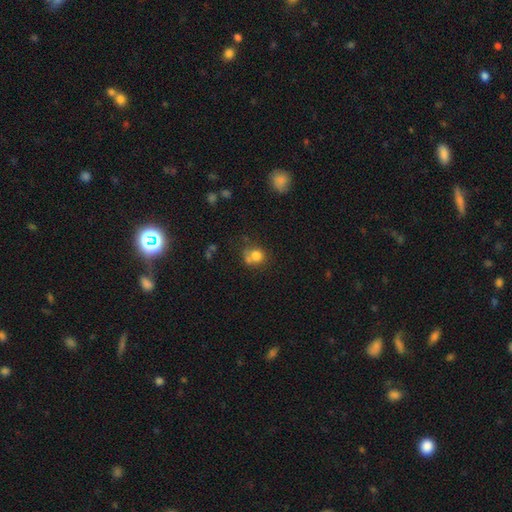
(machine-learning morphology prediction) Smooth or featured: smooth — 75% (featured or disk — 13%)
How rounded: round — 77% (in between — 22%)
Merging: none — 45% (merger — 33%)